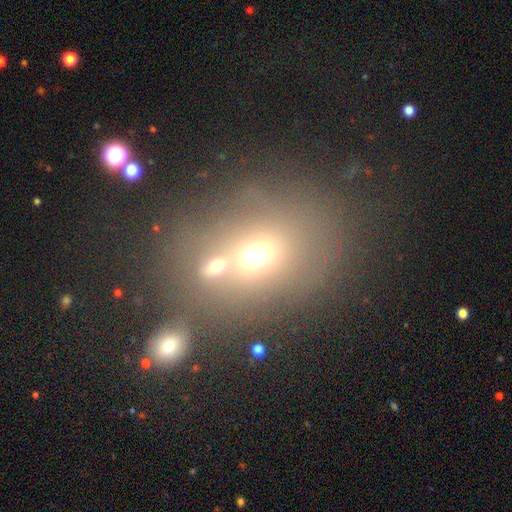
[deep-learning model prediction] Smooth or featured: smooth — 58% (star or artifact — 22%)
How rounded: round — 55% (in between — 44%)
Merging: none — 41% (tied with merger — 41%)